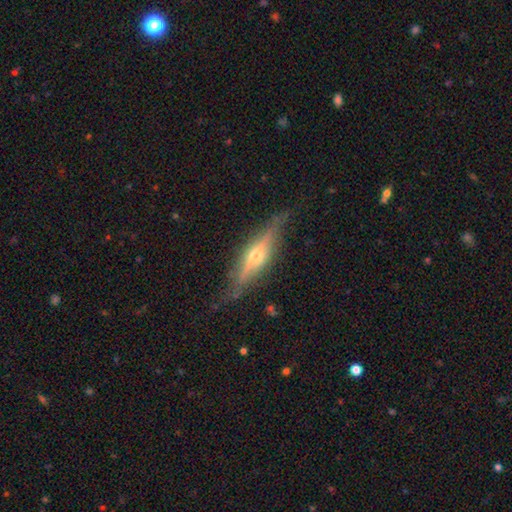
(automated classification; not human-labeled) Morphology: type=featured or disk (78%); edge-on=yes (95%); edge-on bulge=rounded (90%); merging=none (83%).